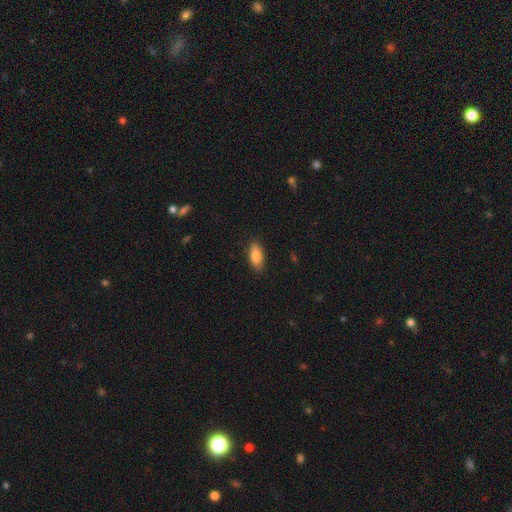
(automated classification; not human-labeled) The model was most divided on "how rounded": in between: 84%, cigar-shaped: 14%, round: 3%. More confident: merging — none (86%); smooth or featured — smooth (85%).